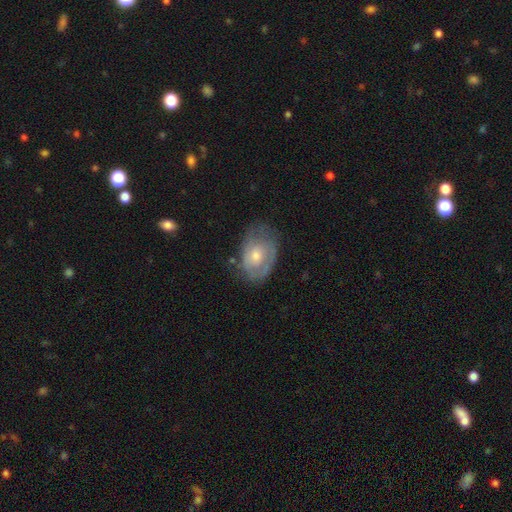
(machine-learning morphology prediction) type=featured or disk (59%); edge-on=no (95%); bar=no (77%); spiral arms=yes (65%); bulge=moderate (59%); merging=none (62%).